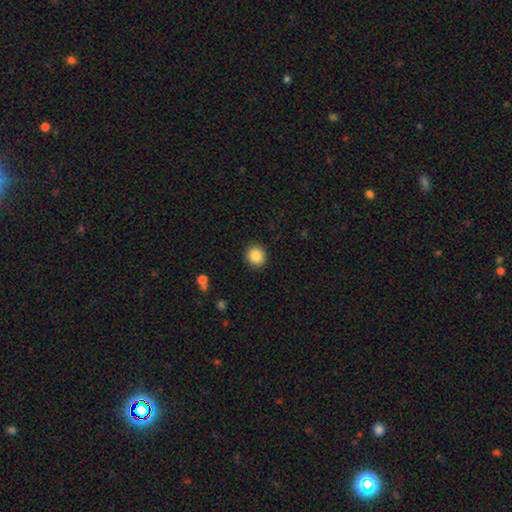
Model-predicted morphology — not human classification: Smooth or featured?
  - smooth: 87% *
  - star or artifact: 9%
  - featured or disk: 4%
How rounded?
  - round: 91% *
  - in between: 8%
  - cigar-shaped: 1%
Merging?
  - none: 91% *
  - minor disturbance: 6%
  - major disturbance: 2%
  - merger: 1%